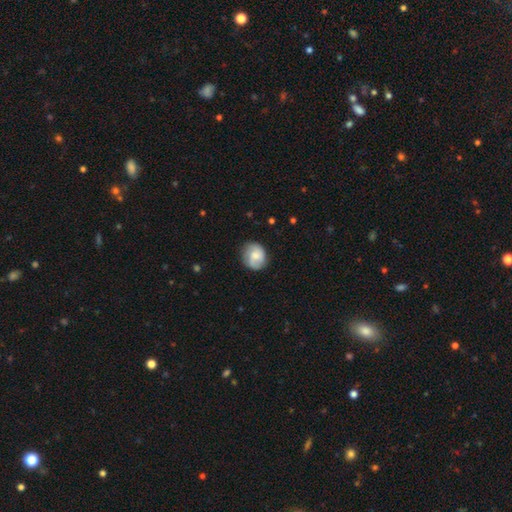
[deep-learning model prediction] smooth 59%, featured or disk 33%, star or artifact 7%. Down the decision tree: how rounded — round (72%); merging — none (75%).